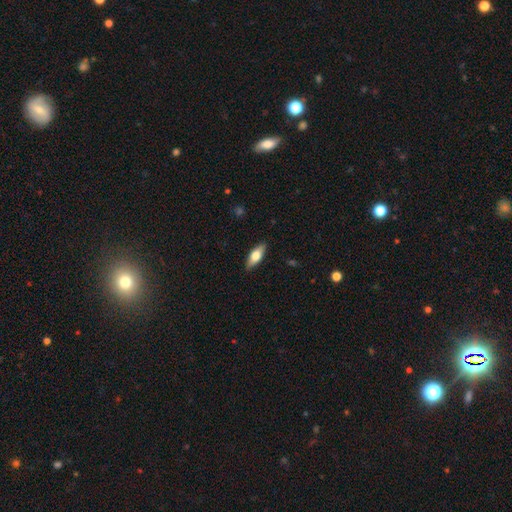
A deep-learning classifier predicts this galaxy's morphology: A smooth galaxy with no disk features (60%) that is in between round and cigar-shaped (69%). Merging: none (88%).